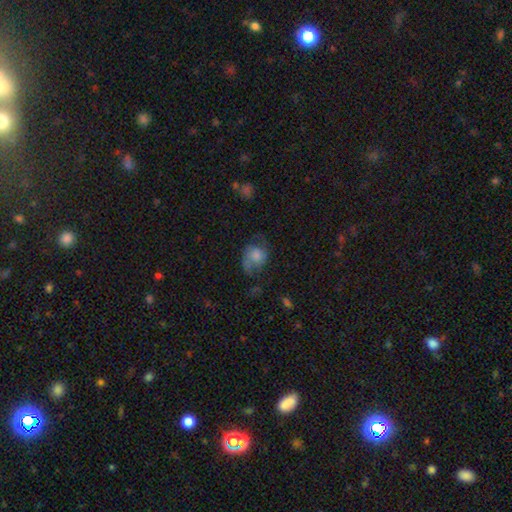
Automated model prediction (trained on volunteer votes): Morphology: type=smooth (54%); roundness=round (54%); merging=none (40%).